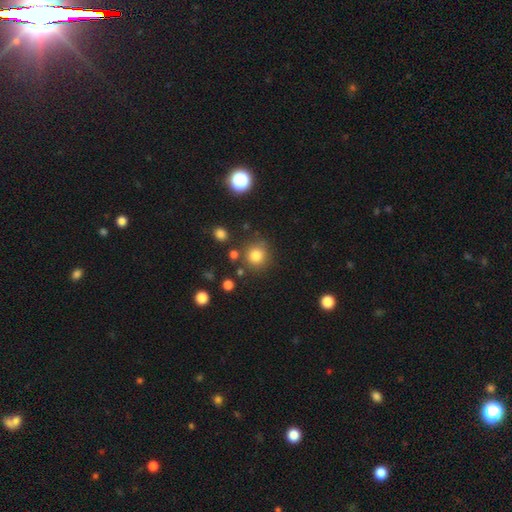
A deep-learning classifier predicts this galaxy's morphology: Overall: smooth (81%). How rounded: round (91%). Merging: none (80%).